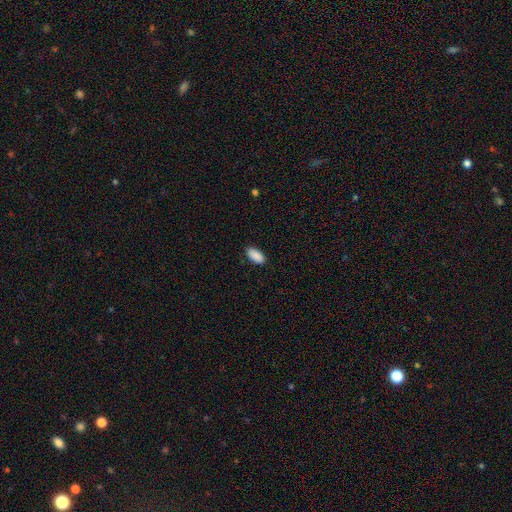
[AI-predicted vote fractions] A smooth galaxy with no disk features (90%) that is in between round and cigar-shaped (92%).

Vote fractions:
- Smooth or featured? smooth: 90% / star or artifact: 6% / featured or disk: 3%
- How rounded? in between: 92% / cigar-shaped: 6% / round: 2%
- Merging? none: 87% / minor disturbance: 10% / major disturbance: 2% / merger: 1%